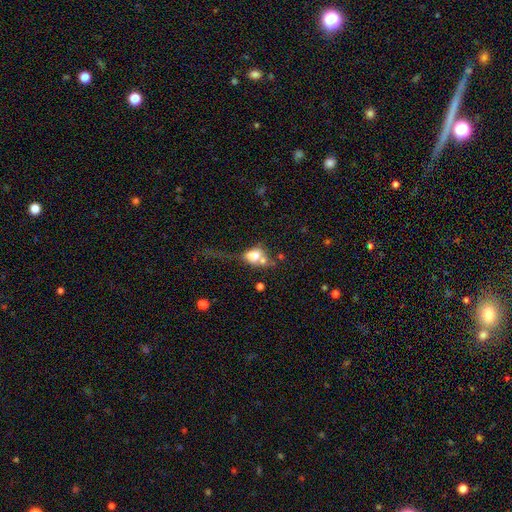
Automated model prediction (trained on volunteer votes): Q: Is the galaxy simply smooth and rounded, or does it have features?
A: smooth — 63%.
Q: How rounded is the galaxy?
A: in between — 63%.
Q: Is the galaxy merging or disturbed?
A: merger — 41%.